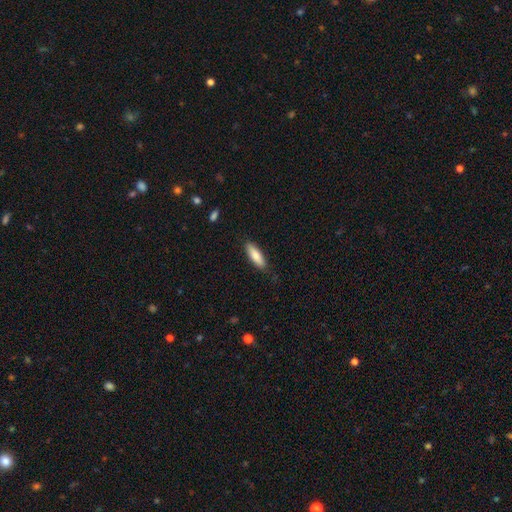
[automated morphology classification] smooth 80%, featured or disk 14%, star or artifact 6%. Down the decision tree: how rounded — cigar-shaped (50%); merging — none (85%).